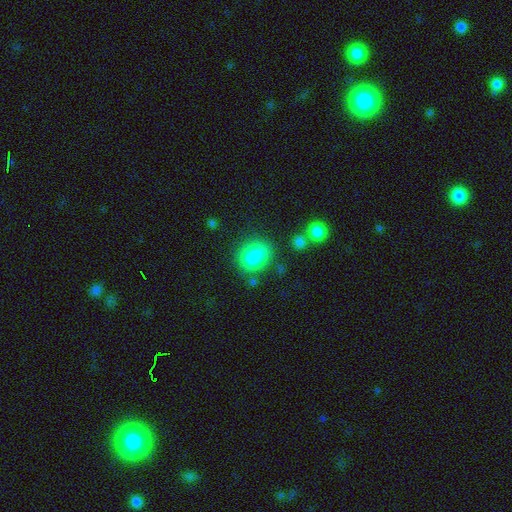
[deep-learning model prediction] A smooth galaxy with no disk features (80%) that is round (55%).

Vote fractions:
- Smooth or featured? smooth: 80% / star or artifact: 11% / featured or disk: 9%
- How rounded? round: 55% / in between: 44% / cigar-shaped: 1%
- Merging? none: 71% / minor disturbance: 17% / merger: 6% / major disturbance: 6%